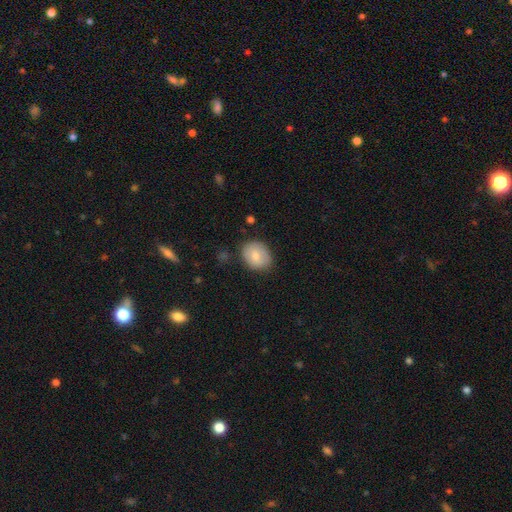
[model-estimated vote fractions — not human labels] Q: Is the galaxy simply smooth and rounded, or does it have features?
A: smooth — 78%.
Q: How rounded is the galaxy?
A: in between — 53%.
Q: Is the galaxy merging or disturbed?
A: none — 75%.